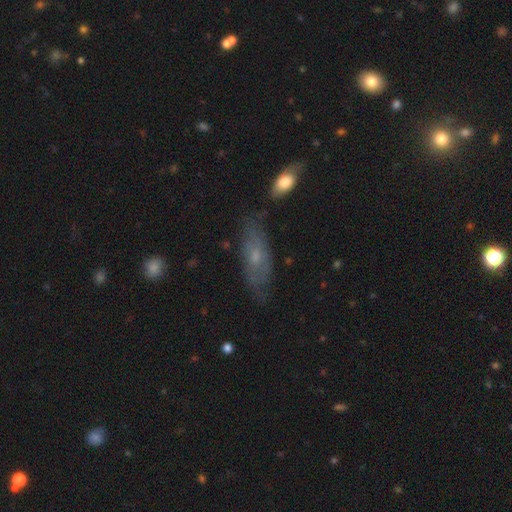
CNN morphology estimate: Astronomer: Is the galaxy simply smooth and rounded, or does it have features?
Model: smooth — 47% (runner-up: featured or disk, 44%).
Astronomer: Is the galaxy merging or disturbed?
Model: none — 68%.